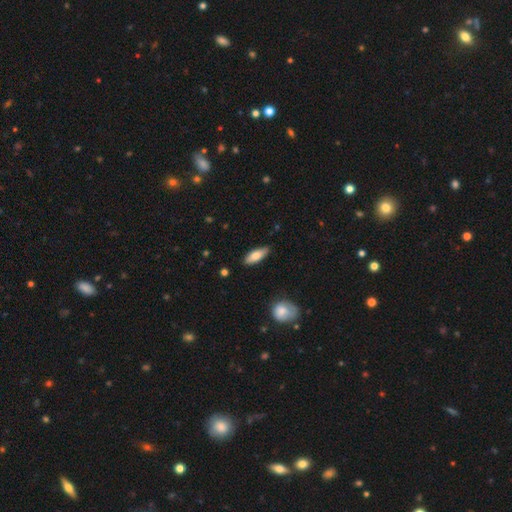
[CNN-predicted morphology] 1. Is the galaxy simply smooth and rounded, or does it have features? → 76% smooth, 18% featured or disk, 6% star or artifact.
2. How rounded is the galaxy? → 69% in between, 28% cigar-shaped, 2% round.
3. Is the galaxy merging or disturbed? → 85% none, 12% minor disturbance, 2% major disturbance, 1% merger.